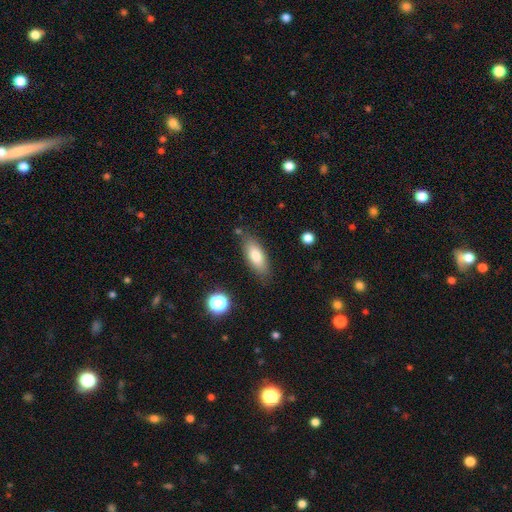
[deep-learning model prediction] This is likely a smooth galaxy (79%). How rounded: likely in between (76%). Merging: likely none (79%).